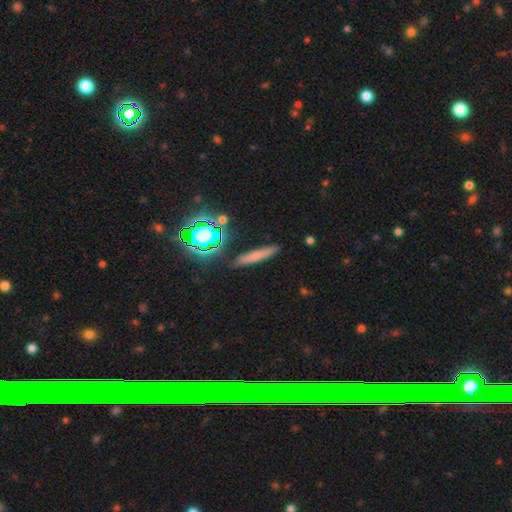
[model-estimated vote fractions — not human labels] Smooth or featured?
  - smooth: 62% *
  - featured or disk: 22%
  - star or artifact: 16%
How rounded?
  - cigar-shaped: 86% *
  - in between: 9%
  - round: 5%
Merging?
  - none: 86% *
  - minor disturbance: 9%
  - merger: 2%
  - major disturbance: 2%